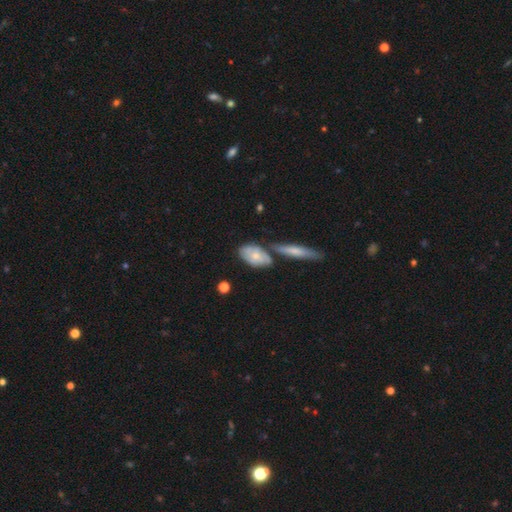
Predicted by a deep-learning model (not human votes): The model was most divided on "smooth or featured": smooth: 52%, featured or disk: 43%, star or artifact: 6%. More confident: how rounded — in between (85%); merging — none (52%).